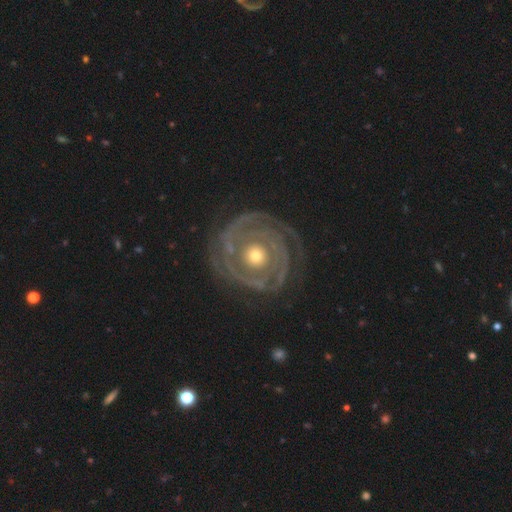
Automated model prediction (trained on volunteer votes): This appears to be a featured or disk galaxy (89%) with no bar (84%), 2 (29%) tight (83%) spiral arms (94%) and a moderate central bulge (55%). Merging: none (75%).